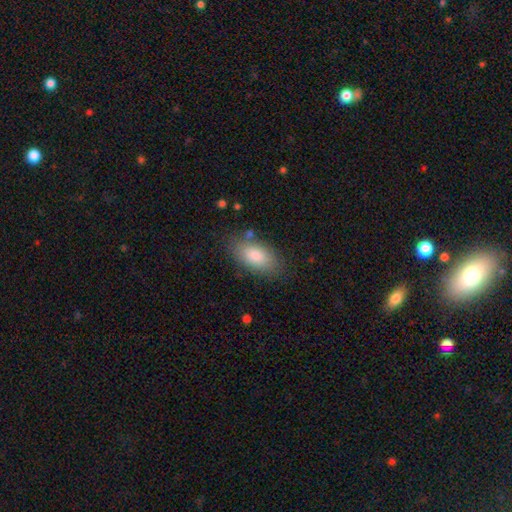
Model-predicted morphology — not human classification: Q: Smooth or featured?
A: smooth (84%); runner-up: featured or disk (9%)
Q: How rounded?
A: in between (92%); runner-up: cigar-shaped (4%)
Q: Merging?
A: none (80%); runner-up: minor disturbance (13%)